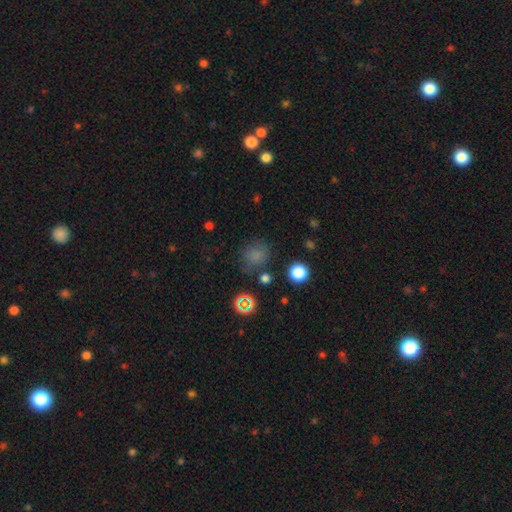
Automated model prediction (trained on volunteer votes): Smooth or featured?
  - smooth: 70% *
  - star or artifact: 23%
  - featured or disk: 7%
How rounded?
  - round: 76% *
  - in between: 23%
  - cigar-shaped: 1%
Merging?
  - none: 72% *
  - minor disturbance: 16%
  - major disturbance: 7%
  - merger: 4%